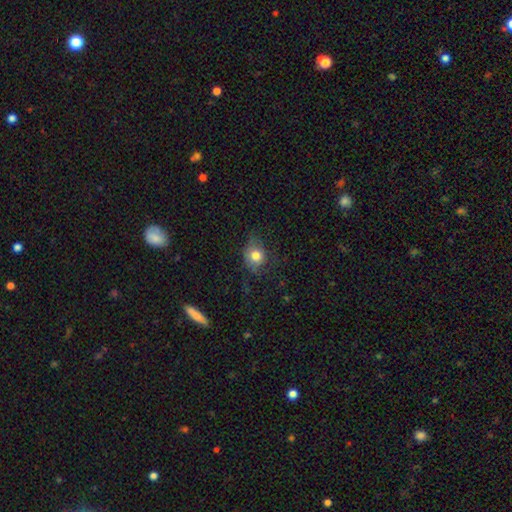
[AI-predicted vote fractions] smooth_or_featured: smooth (p=0.77) [alt: featured or disk p=0.12]
how_rounded: round (p=0.65) [alt: in between p=0.33]
merging: none (p=0.58) [alt: minor disturbance p=0.26]